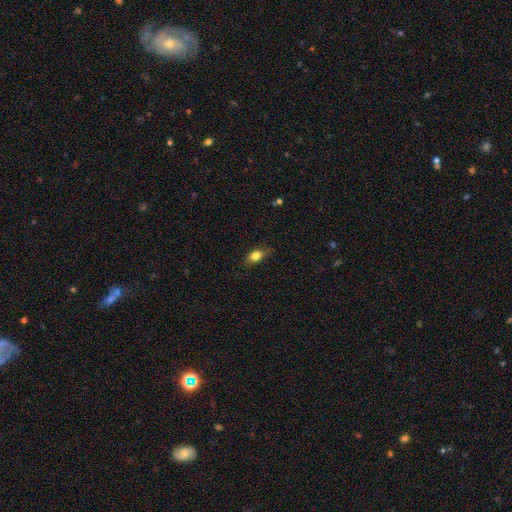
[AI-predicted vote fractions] Morphology: type=smooth (82%); roundness=in between (75%); merging=none (78%).